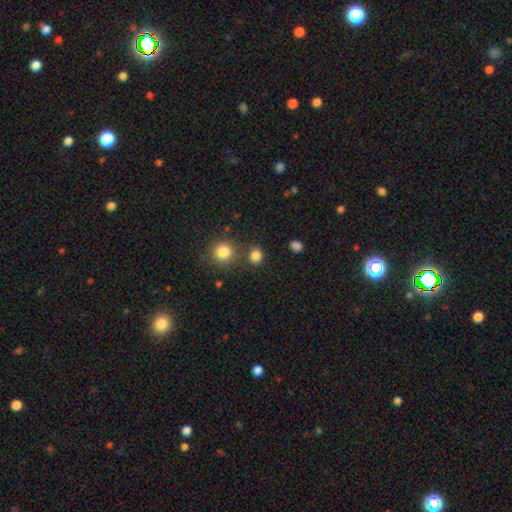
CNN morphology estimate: Smooth or featured? smooth (83%)
How rounded? round (71%)
Merging? none (75%)